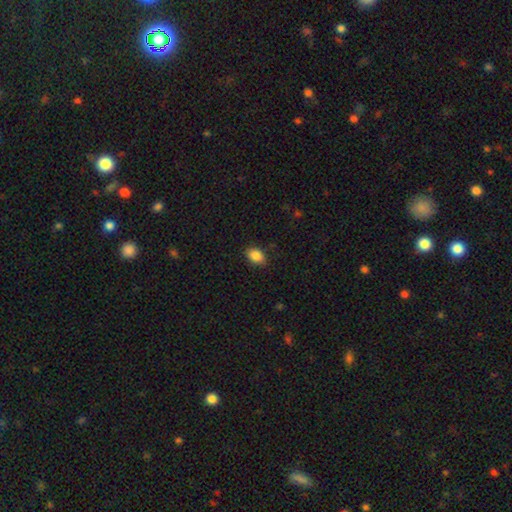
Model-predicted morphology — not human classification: smooth 87%, star or artifact 8%, featured or disk 4%. Down the decision tree: how rounded — in between (81%); merging — none (88%).